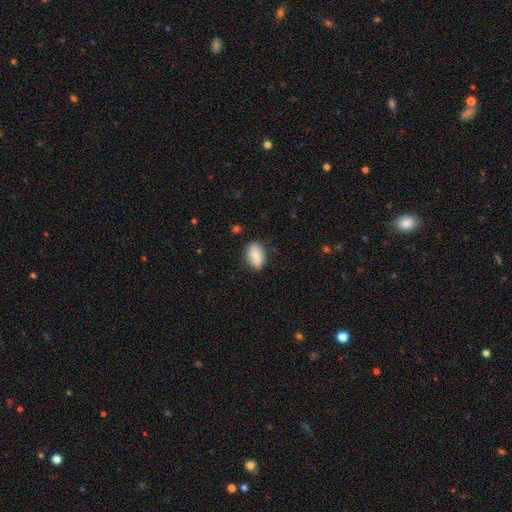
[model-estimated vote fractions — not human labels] This appears to be a smooth galaxy with no disk features (73%) that is in between round and cigar-shaped (86%). Merging: none (83%).